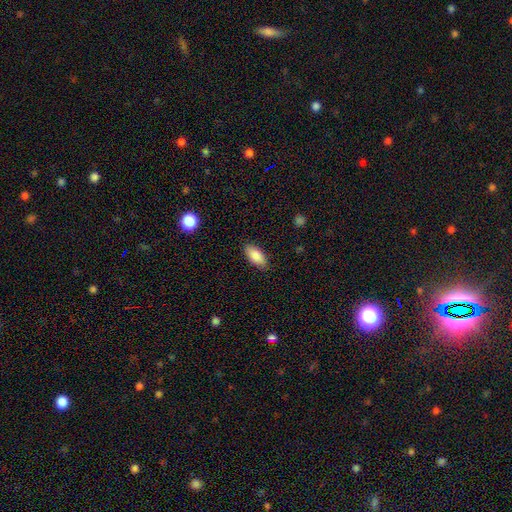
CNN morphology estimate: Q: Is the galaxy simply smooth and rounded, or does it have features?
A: smooth — 87%.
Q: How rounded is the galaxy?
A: in between — 90%.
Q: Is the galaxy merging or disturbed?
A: none — 86%.